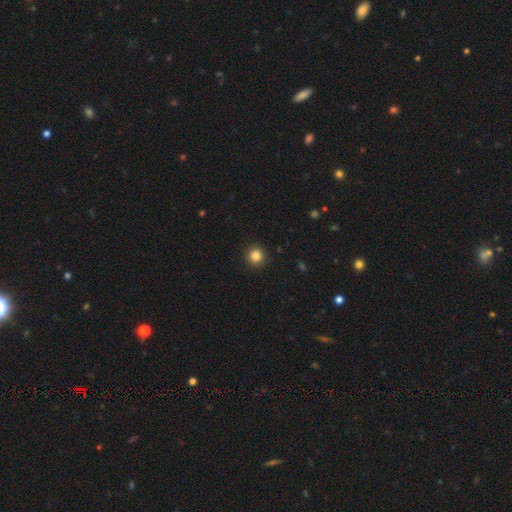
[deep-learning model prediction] Smooth or featured: smooth — 84% (star or artifact — 11%)
How rounded: round — 94% (in between — 5%)
Merging: none — 92% (minor disturbance — 5%)